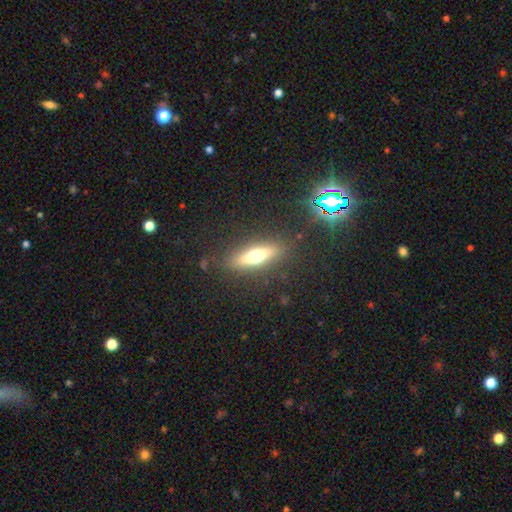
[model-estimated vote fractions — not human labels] Smooth or featured? Predicted: smooth (p=0.46). Merging? Predicted: none (p=0.85).